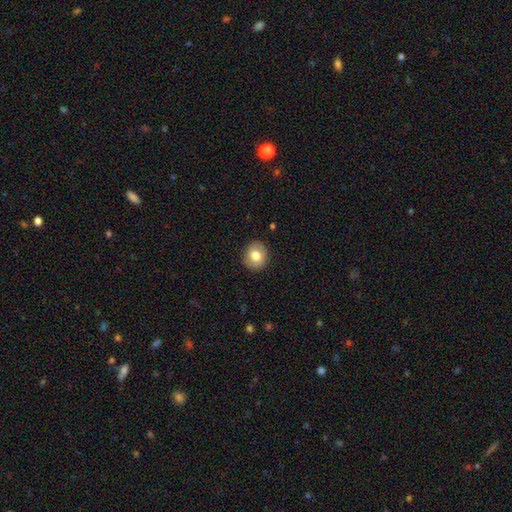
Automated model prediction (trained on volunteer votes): Smooth or featured? Predicted: smooth (p=0.77). How rounded? Predicted: round (p=0.82). Merging? Predicted: none (p=0.90).